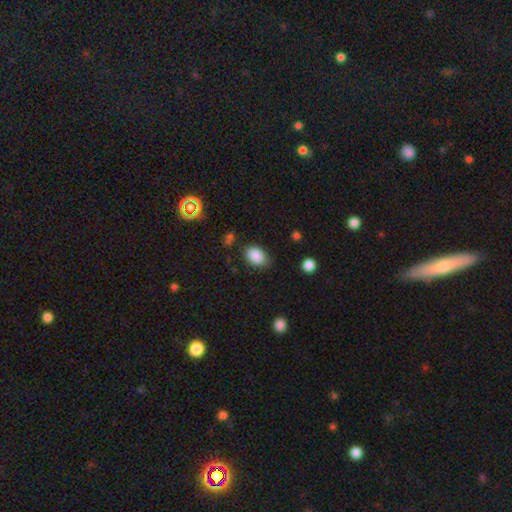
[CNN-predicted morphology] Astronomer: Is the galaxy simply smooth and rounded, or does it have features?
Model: smooth — 87%.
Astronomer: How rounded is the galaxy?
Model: in between — 79%.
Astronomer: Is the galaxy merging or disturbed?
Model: none — 77%.